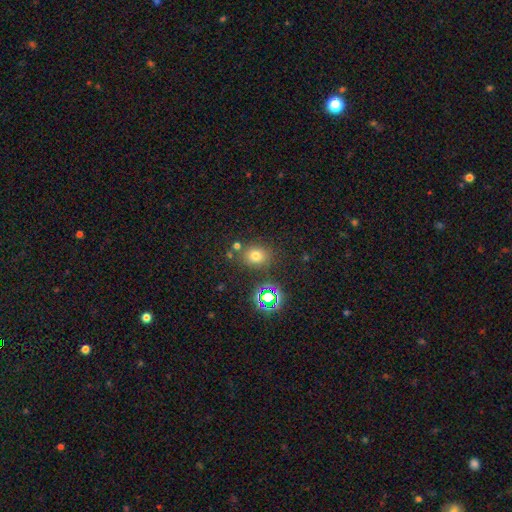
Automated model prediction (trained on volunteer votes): A smooth galaxy with no disk features (68%) that is round (63%). Merging: none (77%).